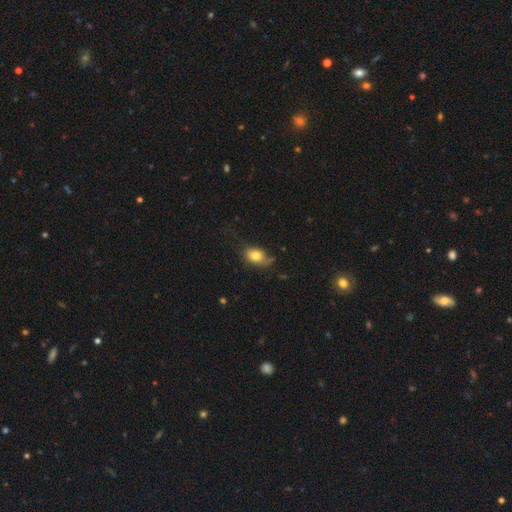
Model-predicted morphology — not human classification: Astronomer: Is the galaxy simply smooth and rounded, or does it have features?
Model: smooth — 78%.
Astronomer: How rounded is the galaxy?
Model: in between — 78%.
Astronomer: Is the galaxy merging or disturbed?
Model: none — 51% (runner-up: minor disturbance, 32%).